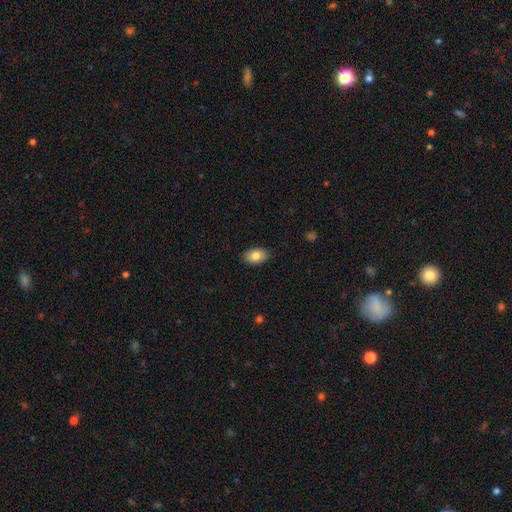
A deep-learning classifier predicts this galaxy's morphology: smooth 82%, featured or disk 11%, star or artifact 7%. Down the decision tree: how rounded — in between (89%); merging — none (88%).